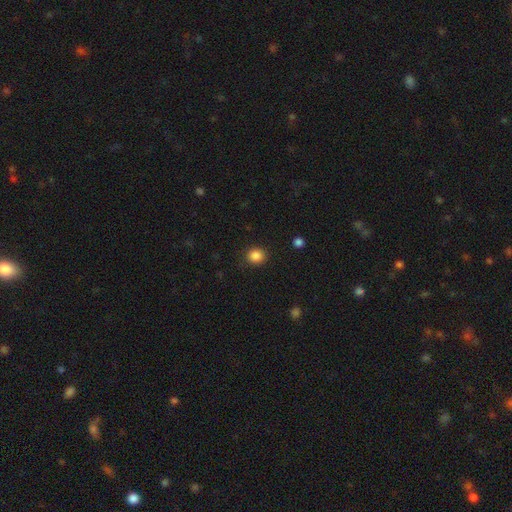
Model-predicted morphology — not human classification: type=smooth (86%); roundness=round (85%); merging=none (89%).